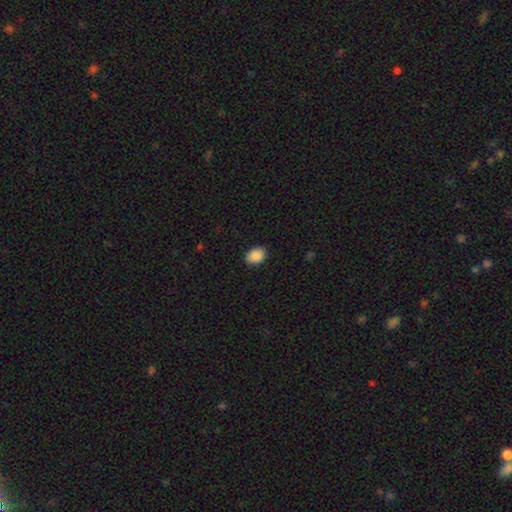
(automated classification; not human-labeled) This is clearly a smooth galaxy (90%). How rounded: likely in between (74%). Merging: clearly none (88%).